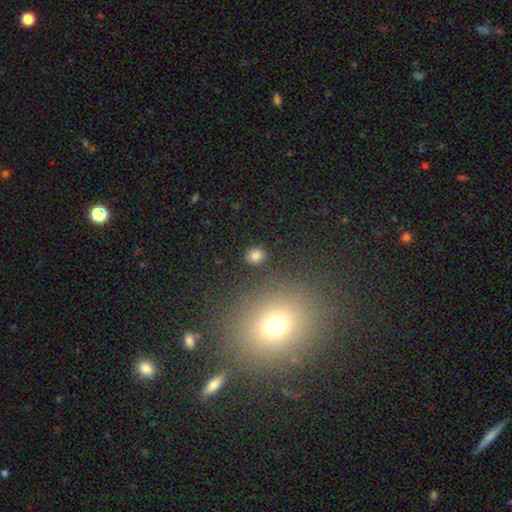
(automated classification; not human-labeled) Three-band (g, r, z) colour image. It shows a smooth galaxy with no disk features (80%) that is round (60%). Merging: none (87%).